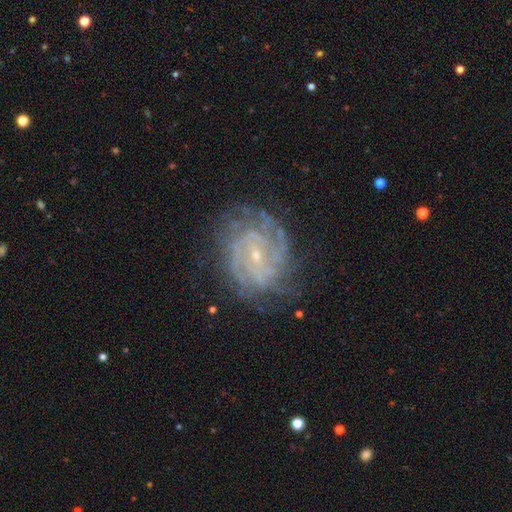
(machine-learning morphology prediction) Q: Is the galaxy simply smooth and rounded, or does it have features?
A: featured or disk — 87%.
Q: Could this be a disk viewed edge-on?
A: no — 97%.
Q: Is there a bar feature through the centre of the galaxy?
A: no — 48%.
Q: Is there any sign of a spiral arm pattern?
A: yes — 96%.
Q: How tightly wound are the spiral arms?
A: tight — 67%.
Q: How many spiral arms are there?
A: can't tell — 28%.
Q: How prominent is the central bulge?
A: small — 82%.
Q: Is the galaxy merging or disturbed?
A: none — 74%.